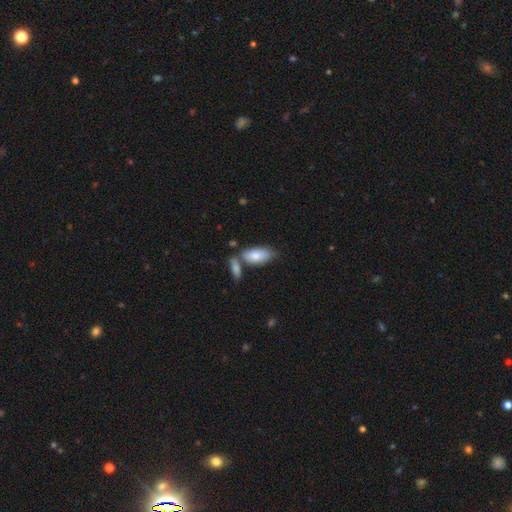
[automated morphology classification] smooth_or_featured: smooth (p=0.80) [alt: featured or disk p=0.14]
how_rounded: in between (p=0.89) [alt: cigar-shaped p=0.08]
merging: none (p=0.58) [alt: merger p=0.23]